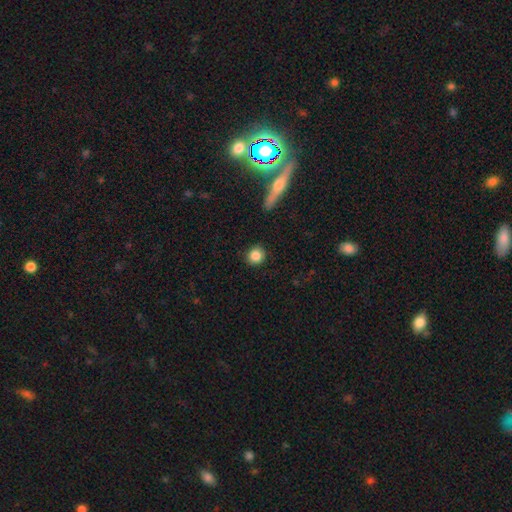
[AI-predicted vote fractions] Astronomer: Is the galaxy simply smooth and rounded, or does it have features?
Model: smooth — 85%.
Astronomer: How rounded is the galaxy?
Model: round — 91%.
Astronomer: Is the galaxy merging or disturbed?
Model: none — 90%.